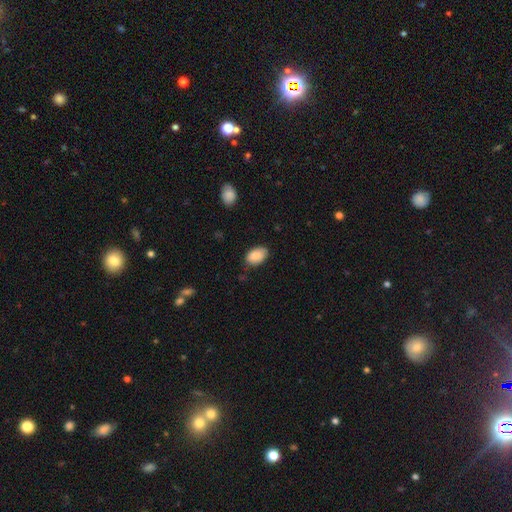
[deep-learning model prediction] This is clearly a smooth galaxy (88%). How rounded: clearly in between (91%). Merging: likely none (72%).